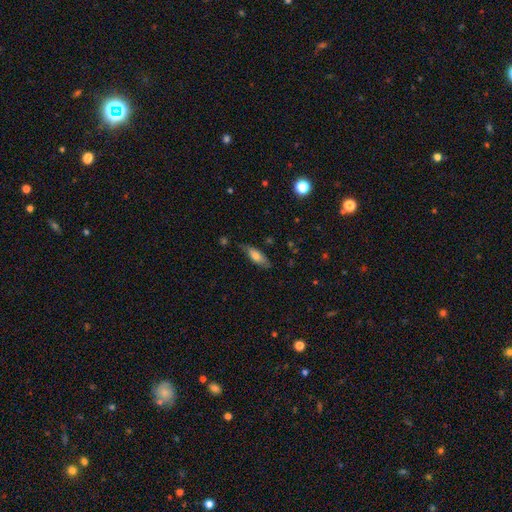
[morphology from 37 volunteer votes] A smooth galaxy with no disk features (68%) that is in between round and cigar-shaped (68%).

Vote fractions:
- Smooth or featured? smooth: 68% / featured or disk: 24% / star or artifact: 8%
- How rounded? in between: 68% / cigar-shaped: 32% / round: 0%
- Merging? none: 47% (tied) / minor disturbance: 47% (tied) / major disturbance: 6% / merger: 0%